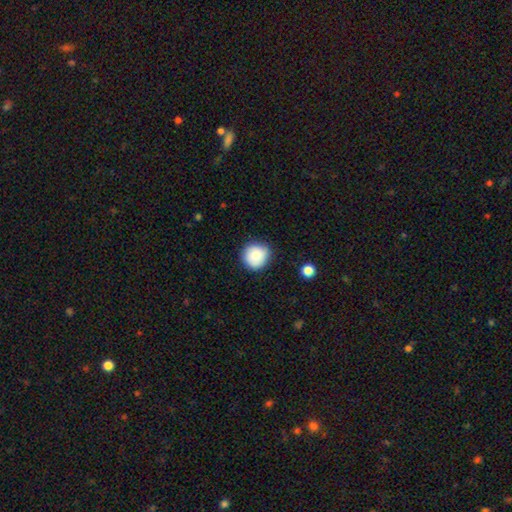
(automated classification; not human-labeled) smooth_or_featured: smooth (p=0.82) [alt: featured or disk p=0.10]
how_rounded: round (p=0.92) [alt: in between p=0.07]
merging: none (p=0.80) [alt: minor disturbance p=0.16]